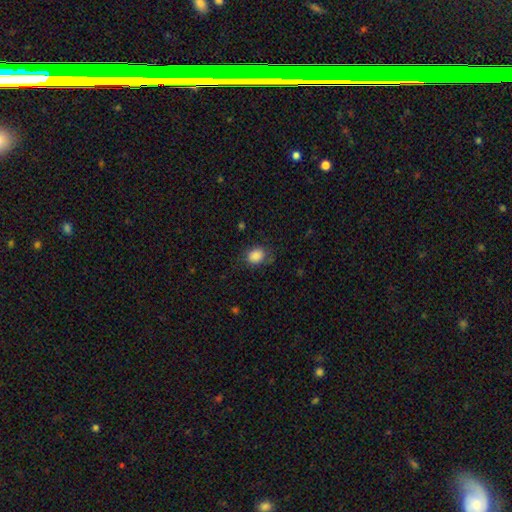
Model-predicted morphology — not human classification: Smooth or featured?
  - smooth: 87% *
  - star or artifact: 9%
  - featured or disk: 4%
How rounded?
  - round: 61% *
  - in between: 39%
  - cigar-shaped: 1%
Merging?
  - none: 75% *
  - minor disturbance: 18%
  - major disturbance: 5%
  - merger: 2%